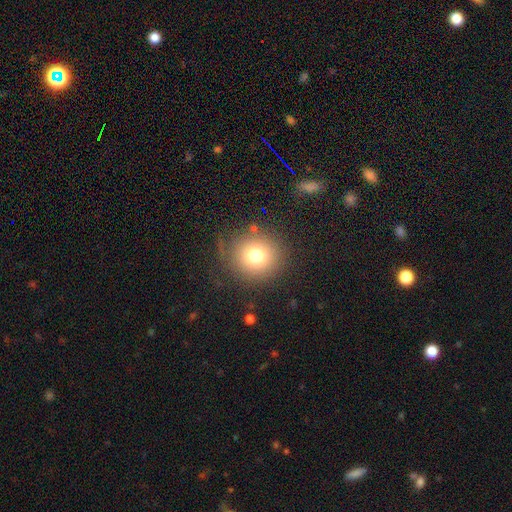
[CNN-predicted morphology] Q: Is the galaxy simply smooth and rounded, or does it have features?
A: smooth — 74%.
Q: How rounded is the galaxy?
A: round — 91%.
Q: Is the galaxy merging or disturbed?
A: none — 81%.